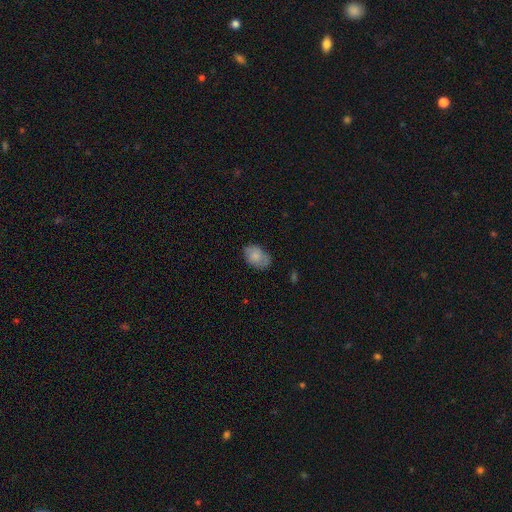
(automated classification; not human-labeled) A smooth galaxy with no disk features (79%) that is in between round and cigar-shaped (82%). Merging: none (65%).